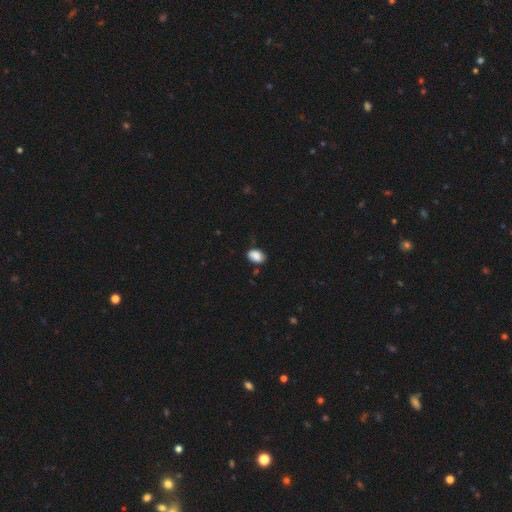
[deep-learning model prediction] This is clearly a smooth galaxy (87%). How rounded: clearly in between (85%). Merging: likely none (75%).